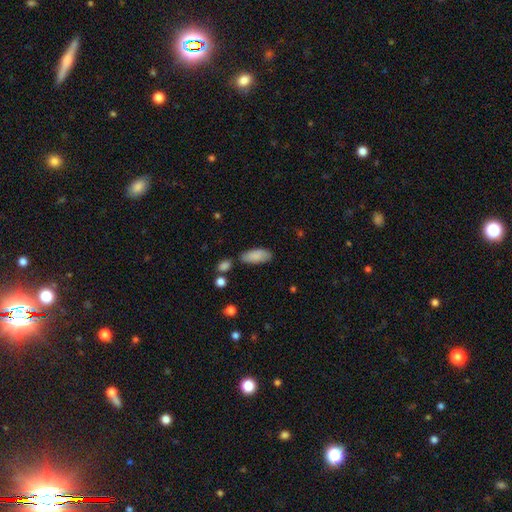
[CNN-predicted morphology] A smooth galaxy with no disk features (85%) that is in between round and cigar-shaped (83%).

Vote fractions:
- Smooth or featured? smooth: 85% / featured or disk: 8% / star or artifact: 6%
- How rounded? in between: 83% / cigar-shaped: 15% / round: 2%
- Merging? none: 73% / minor disturbance: 17% / merger: 6% / major disturbance: 4%